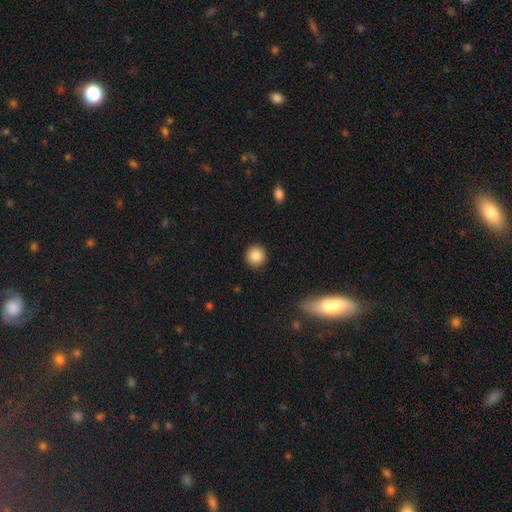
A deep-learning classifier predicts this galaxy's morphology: Smooth or featured? Predicted: smooth (p=0.85). How rounded? Predicted: round (p=0.93). Merging? Predicted: none (p=0.92).